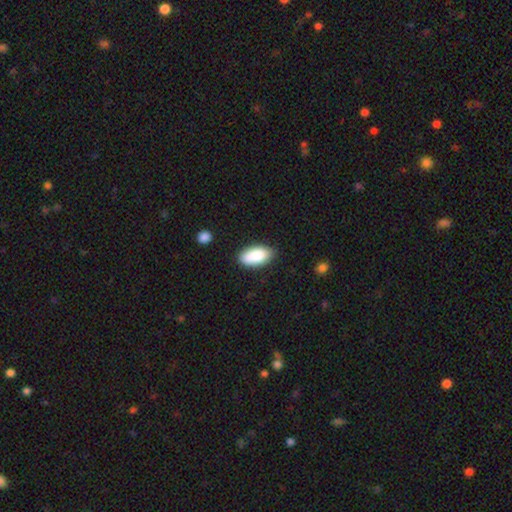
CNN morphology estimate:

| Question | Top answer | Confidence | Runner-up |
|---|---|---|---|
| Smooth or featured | smooth | 88% | star or artifact (7%) |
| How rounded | in between | 92% | cigar-shaped (5%) |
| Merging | none | 82% | minor disturbance (14%) |